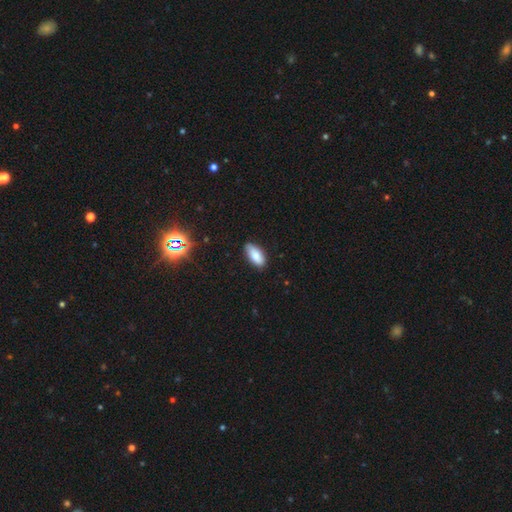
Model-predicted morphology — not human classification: The model was most divided on "merging": none: 82%, minor disturbance: 15%, major disturbance: 2%, merger: 1%. More confident: how rounded — in between (90%); smooth or featured — smooth (84%).